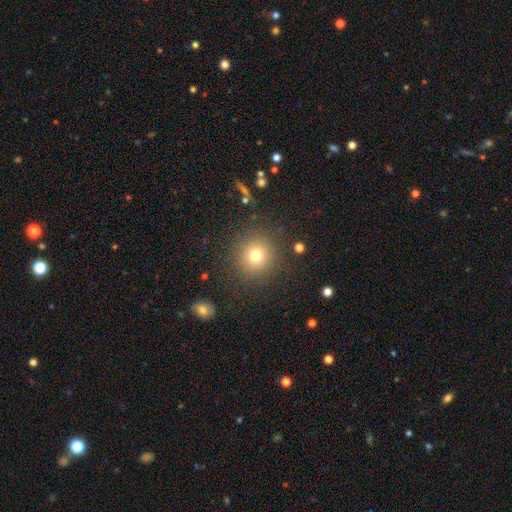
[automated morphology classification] This is likely a smooth galaxy (75%). How rounded: clearly round (92%). Merging: clearly none (88%).